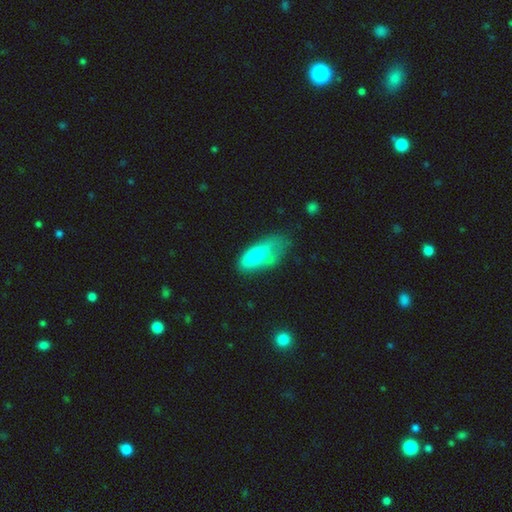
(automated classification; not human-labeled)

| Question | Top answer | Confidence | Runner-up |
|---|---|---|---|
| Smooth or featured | smooth | 64% | featured or disk (29%) |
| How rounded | in between | 75% | cigar-shaped (21%) |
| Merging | minor disturbance | 30% | major disturbance (28%) |